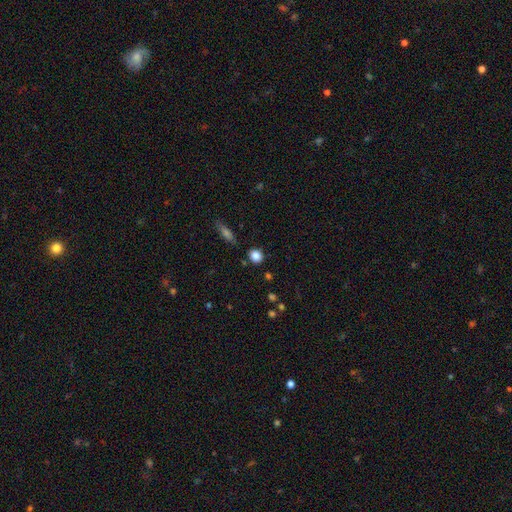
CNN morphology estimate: smooth_or_featured: smooth (p=0.85) [alt: star or artifact p=0.10]
how_rounded: round (p=0.78) [alt: in between p=0.20]
merging: none (p=0.85) [alt: minor disturbance p=0.09]